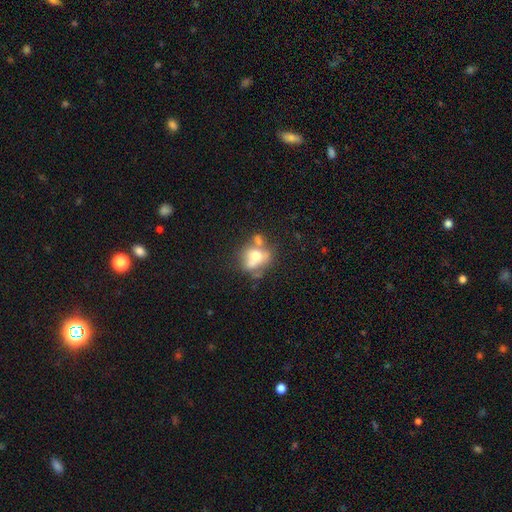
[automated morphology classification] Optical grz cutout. It shows a smooth galaxy with no disk features (50%) that is round (50%). Merging: none (39%).